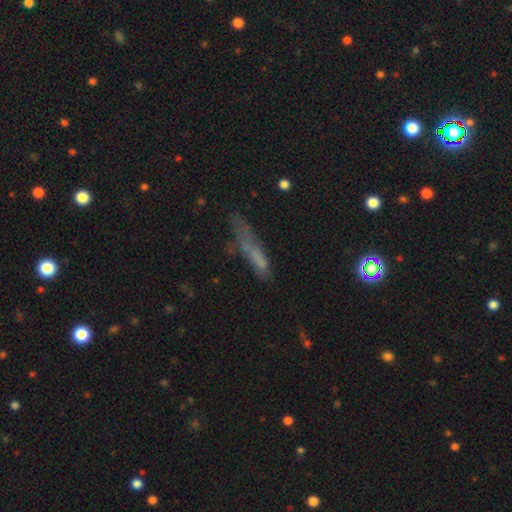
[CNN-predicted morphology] Smooth or featured? Predicted: smooth (p=0.55). How rounded? Predicted: cigar-shaped (p=0.82). Merging? Predicted: none (p=0.43).